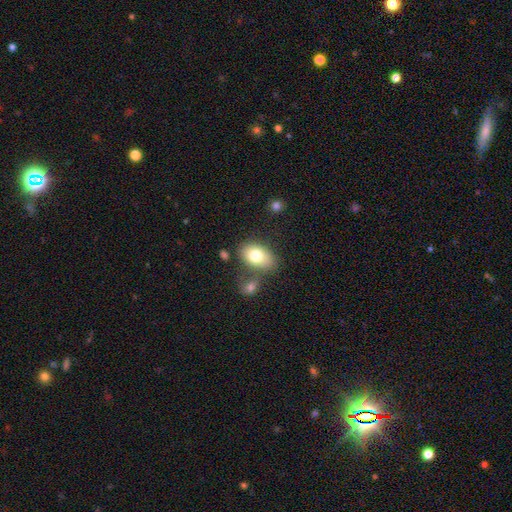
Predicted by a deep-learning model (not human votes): This appears to be a smooth galaxy with no disk features (77%) that is in between round and cigar-shaped (86%). Merging: none (58%).